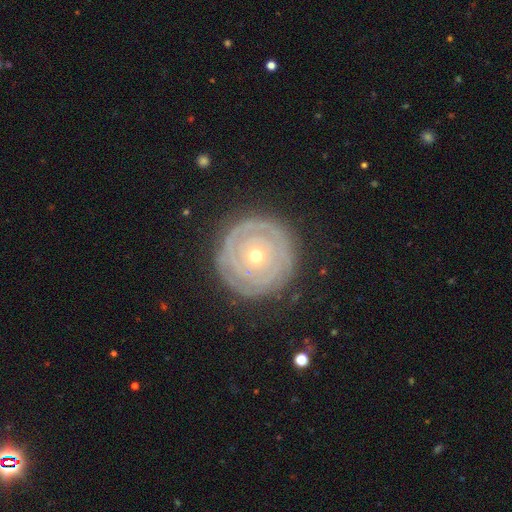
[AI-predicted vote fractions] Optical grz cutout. It shows a featured or disk galaxy (79%) with no bar (88%), tight (90%) spiral arms (84%) and a small central bulge (57%). Merging: none (84%).